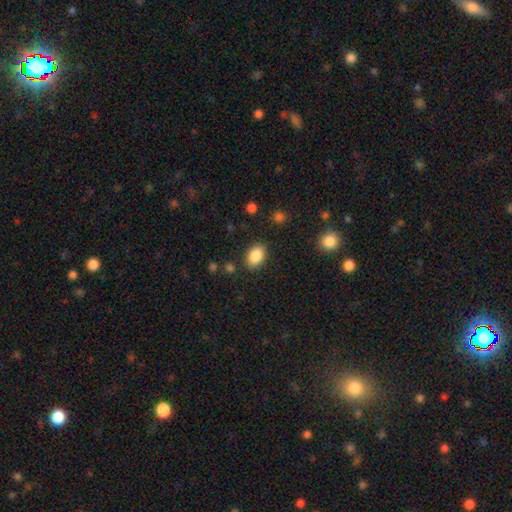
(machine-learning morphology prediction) The model was most divided on "how rounded": in between: 84%, round: 15%, cigar-shaped: 1%. More confident: smooth or featured — smooth (87%); merging — none (85%).